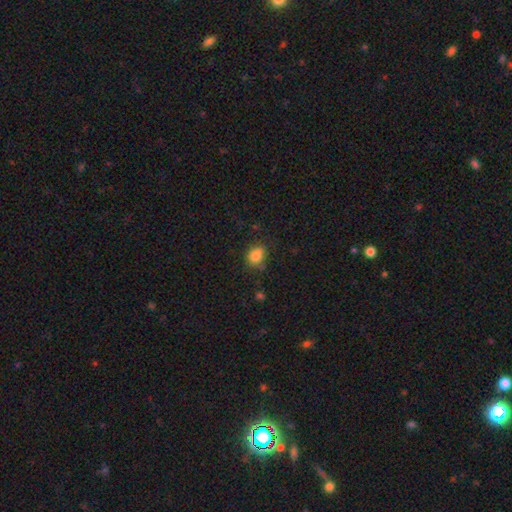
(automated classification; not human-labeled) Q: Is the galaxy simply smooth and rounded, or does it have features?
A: smooth — 83%.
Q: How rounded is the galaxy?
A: round — 50%.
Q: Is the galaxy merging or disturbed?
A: none — 66%.